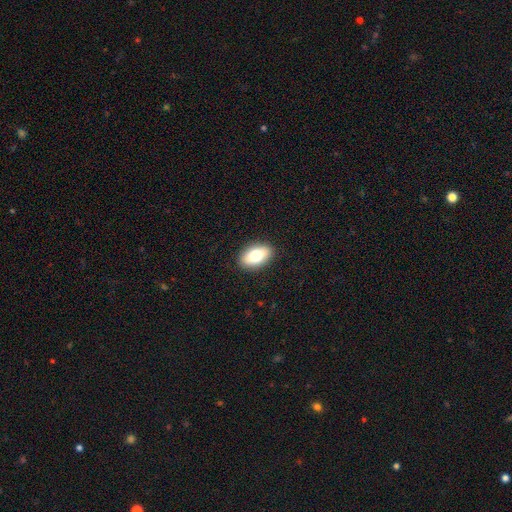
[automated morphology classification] A smooth galaxy with no disk features (76%) that is in between round and cigar-shaped (90%).

Vote fractions:
- Smooth or featured? smooth: 76% / featured or disk: 16% / star or artifact: 8%
- How rounded? in between: 90% / round: 8% / cigar-shaped: 2%
- Merging? none: 89% / minor disturbance: 8% / major disturbance: 2% / merger: 1%